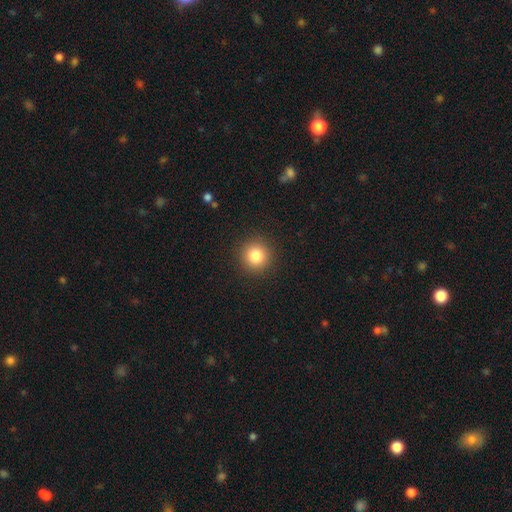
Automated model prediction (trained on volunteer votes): Smooth or featured? smooth (83%)
How rounded? round (94%)
Merging? none (91%)